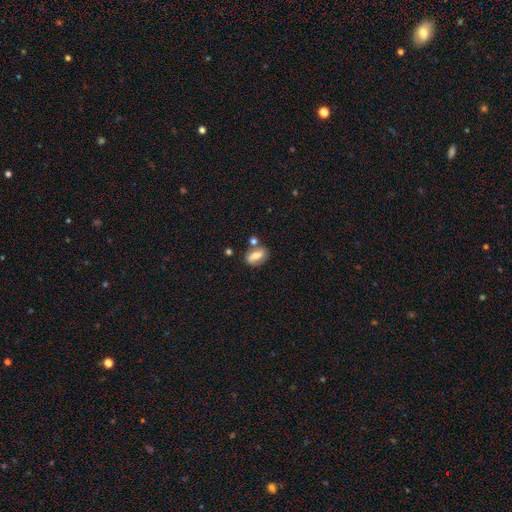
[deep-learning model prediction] This is possibly a smooth galaxy (59%). How rounded: likely in between (79%). Merging: likely none (61%).